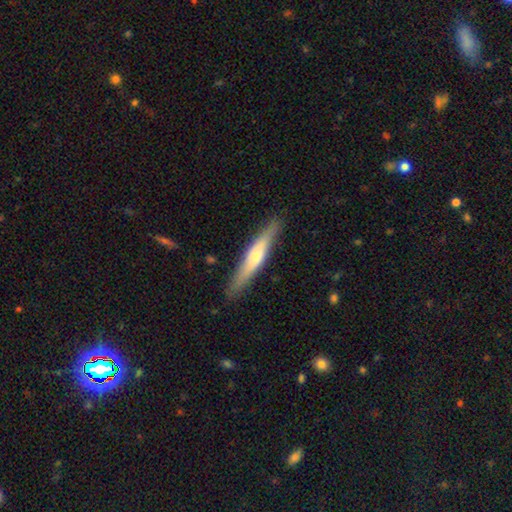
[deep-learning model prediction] The model was most divided on "smooth or featured": featured or disk: 48%, smooth: 46%, star or artifact: 5%. More confident: merging — none (88%).